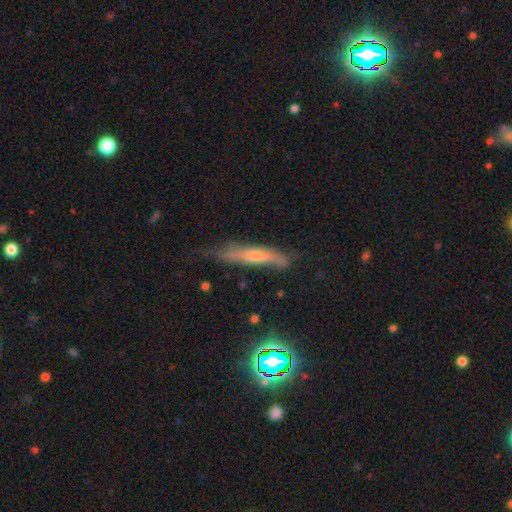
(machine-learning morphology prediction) Smooth or featured? featured or disk (47%)
Merging? none (57%)